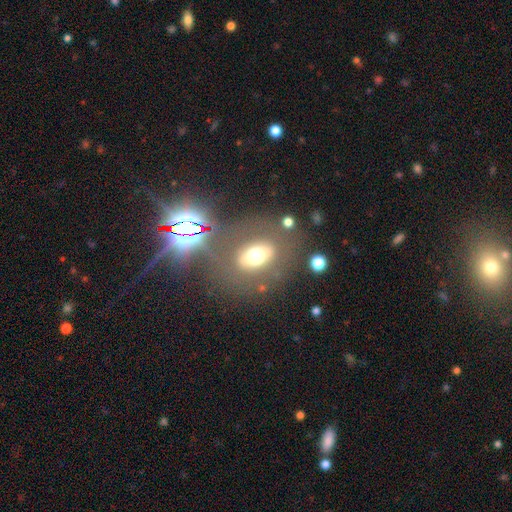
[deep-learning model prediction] This appears to be a smooth galaxy with no disk features (56%) that is in between round and cigar-shaped (57%). Merging: none (72%).